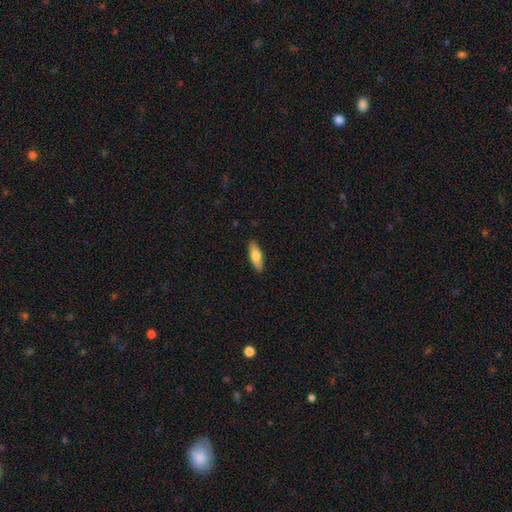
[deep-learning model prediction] This is likely a smooth galaxy (72%). How rounded: likely in between (61%). Merging: clearly none (89%).